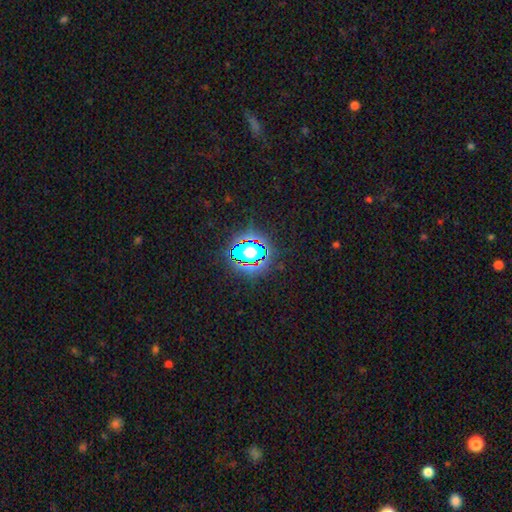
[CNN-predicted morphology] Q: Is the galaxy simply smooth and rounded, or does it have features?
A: star or artifact — 78%.